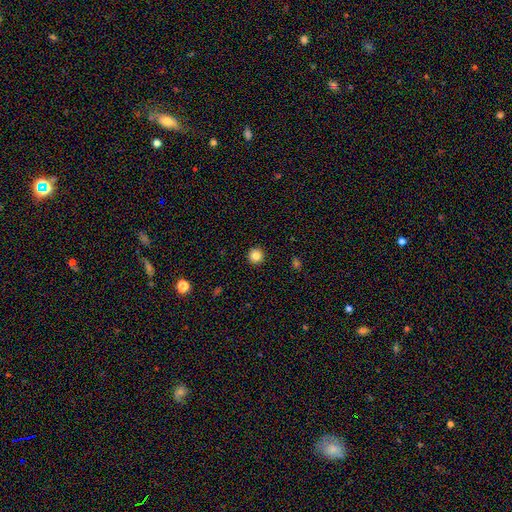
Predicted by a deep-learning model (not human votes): This is clearly a smooth galaxy (84%). How rounded: clearly round (96%). Merging: clearly none (94%).